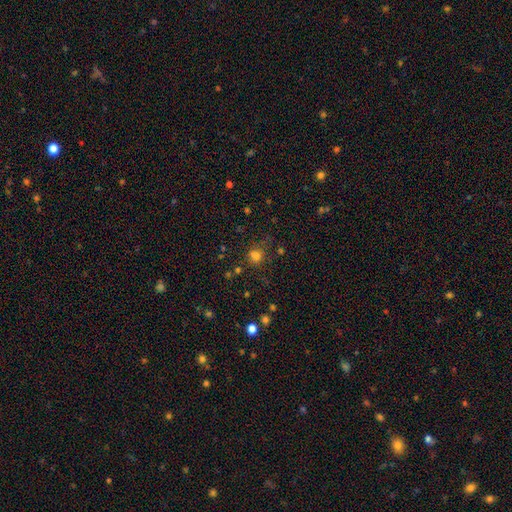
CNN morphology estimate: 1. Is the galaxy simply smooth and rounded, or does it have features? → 74% smooth, 19% star or artifact, 6% featured or disk.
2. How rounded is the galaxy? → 83% round, 16% in between, 1% cigar-shaped.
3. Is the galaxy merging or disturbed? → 67% none, 17% minor disturbance, 8% major disturbance, 8% merger.